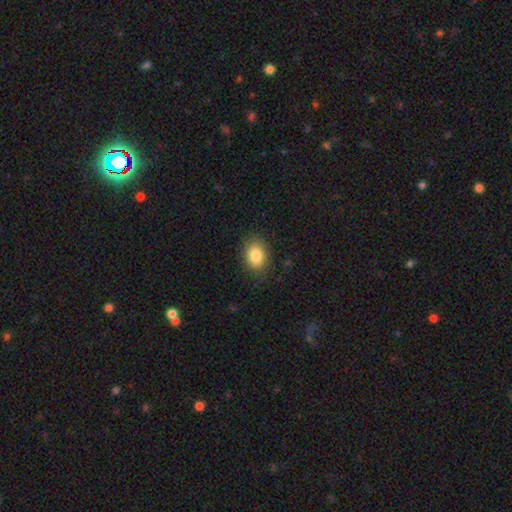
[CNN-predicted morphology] Smooth or featured? smooth (85%)
How rounded? in between (77%)
Merging? none (84%)